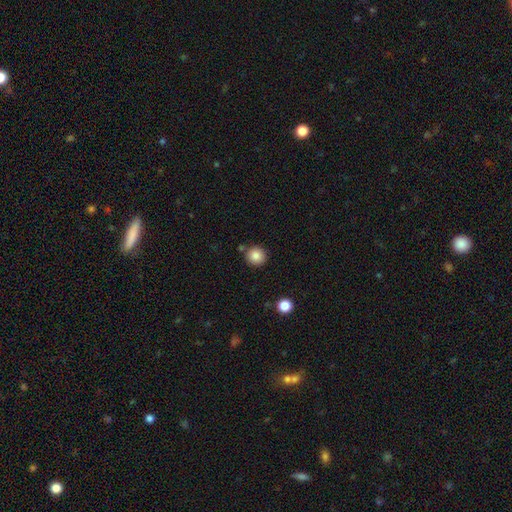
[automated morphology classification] This appears to be a smooth galaxy with no disk features (85%) that is round (94%). Merging: none (82%).